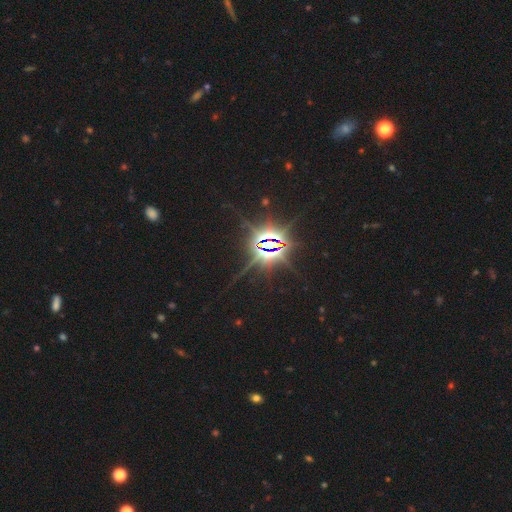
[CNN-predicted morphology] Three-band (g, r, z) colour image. It shows a star or artifact, not a galaxy (86%).